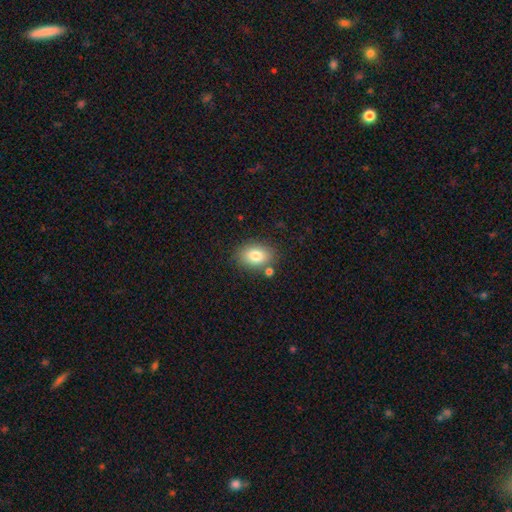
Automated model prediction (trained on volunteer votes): Overall: smooth (81%). How rounded: in between (75%). Merging: none (77%).